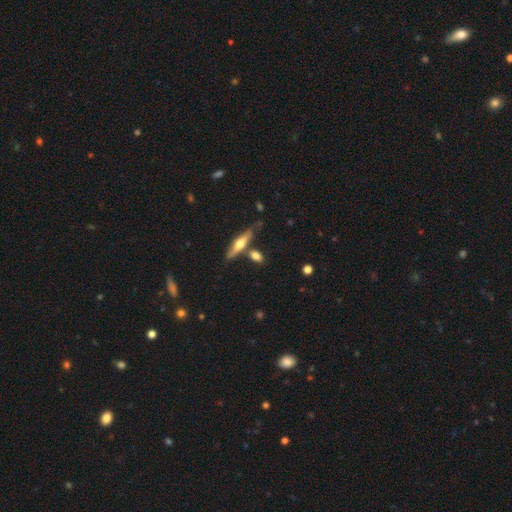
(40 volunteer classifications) Q: Smooth or featured?
A: smooth (72%); runner-up: featured or disk (18%)
Q: How rounded?
A: in between (66%); runner-up: cigar-shaped (31%)
Q: Merging?
A: none (39%); runner-up: merger (33%)